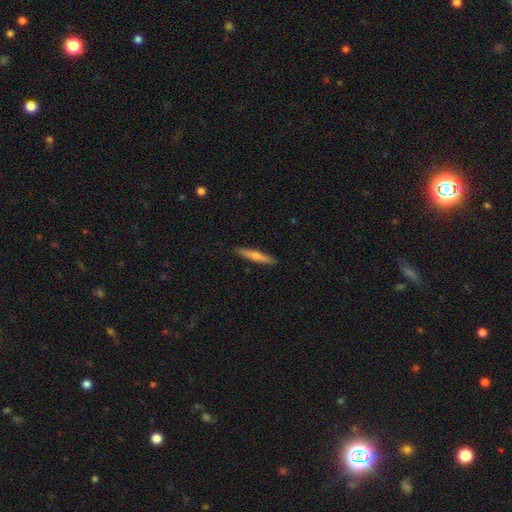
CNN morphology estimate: Smooth or featured: featured or disk — 49% (smooth — 45%)
Merging: none — 91% (minor disturbance — 7%)